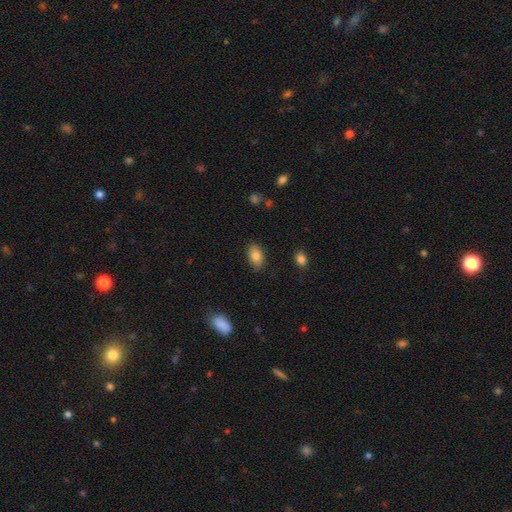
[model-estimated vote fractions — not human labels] Smooth or featured? smooth (85%)
How rounded? in between (90%)
Merging? none (82%)